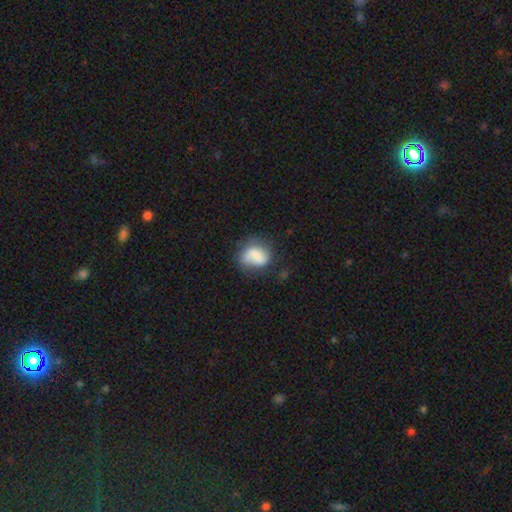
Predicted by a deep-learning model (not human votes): Morphology: type=smooth (66%); roundness=in between (56%); merging=none (45%).